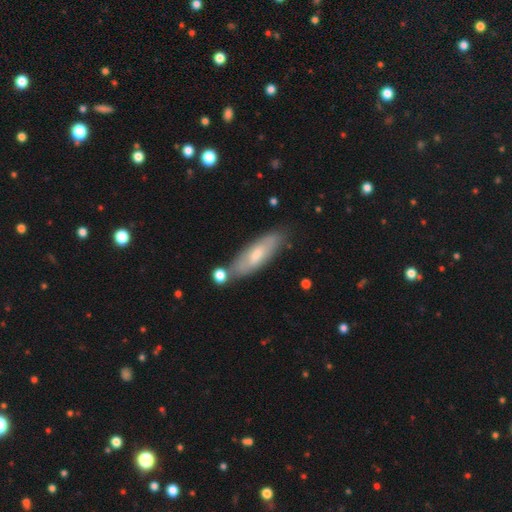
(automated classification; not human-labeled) Smooth or featured? Predicted: smooth (p=0.60). How rounded? Predicted: cigar-shaped (p=0.50). Merging? Predicted: none (p=0.73).